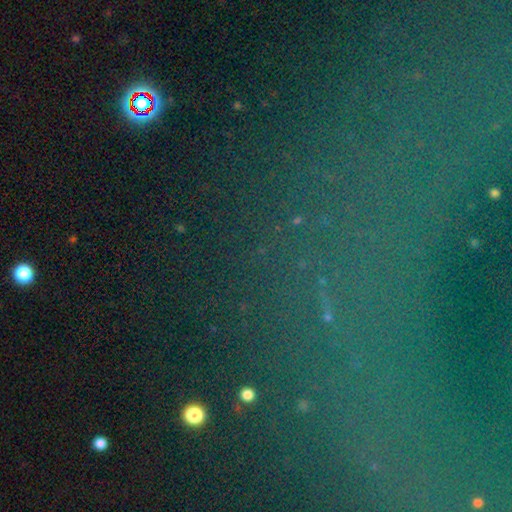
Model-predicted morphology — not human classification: A star or artifact, not a galaxy (75%).

Vote fractions:
- Smooth or featured? star or artifact: 75% / smooth: 13% / featured or disk: 12%